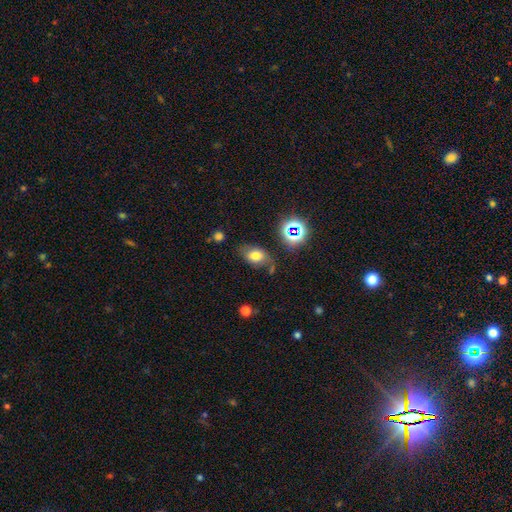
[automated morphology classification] Overall: smooth (70%). How rounded: in between (80%). Merging: none (64%).